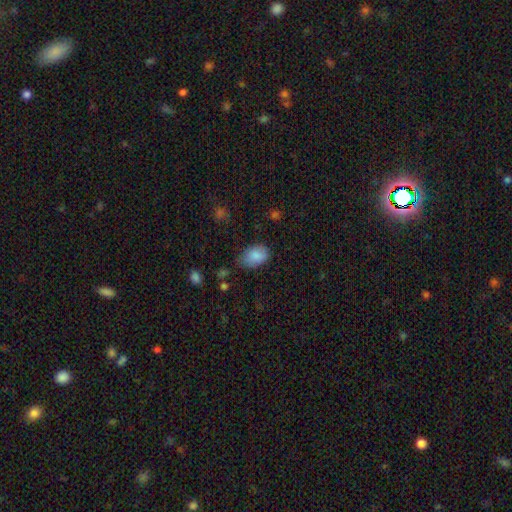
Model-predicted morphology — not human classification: smooth-or-featured: smooth: 85% | star or artifact: 8% | featured or disk: 7%
  how-rounded: in between: 86% | round: 13% | cigar-shaped: 1%
  merging: none: 61% | minor disturbance: 31% | major disturbance: 7% | merger: 2%